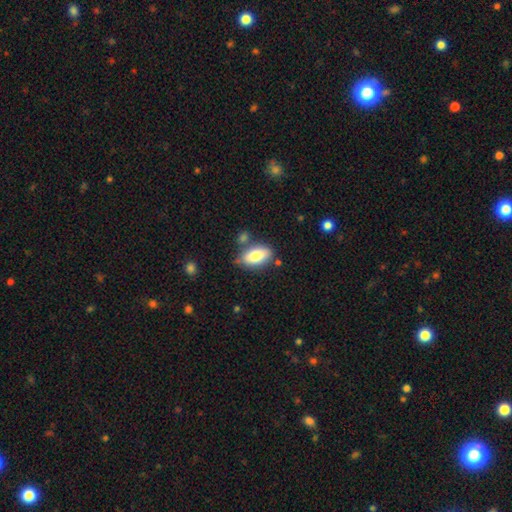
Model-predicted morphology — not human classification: Overall: smooth (78%). How rounded: in between (90%). Merging: none (72%).